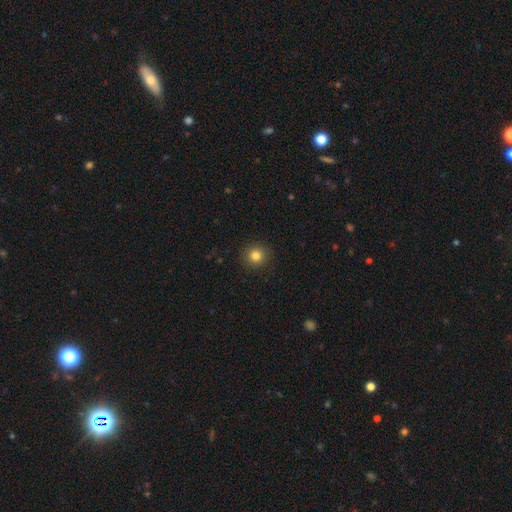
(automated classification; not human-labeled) This appears to be a smooth galaxy with no disk features (83%) that is round (94%). Merging: none (92%).